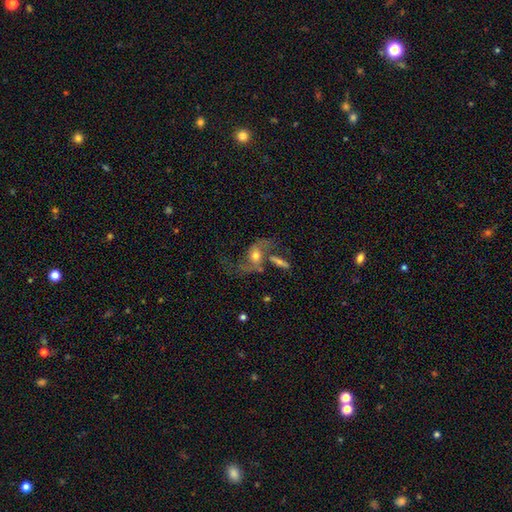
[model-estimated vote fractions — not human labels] Smooth or featured?
  - featured or disk: 66% *
  - smooth: 25%
  - star or artifact: 9%
Edge-on disk?
  - no: 92% *
  - yes: 8%
Bar?
  - no: 62% *
  - weak: 28%
  - strong: 10%
Spiral arms?
  - yes: 82% *
  - no: 18%
Bulge size?
  - moderate: 65% *
  - small: 20%
  - large: 11%
  - none: 2%
  - dominant: 2%
Merging?
  - none: 35% *
  - major disturbance: 27%
  - merger: 22%
  - minor disturbance: 16%